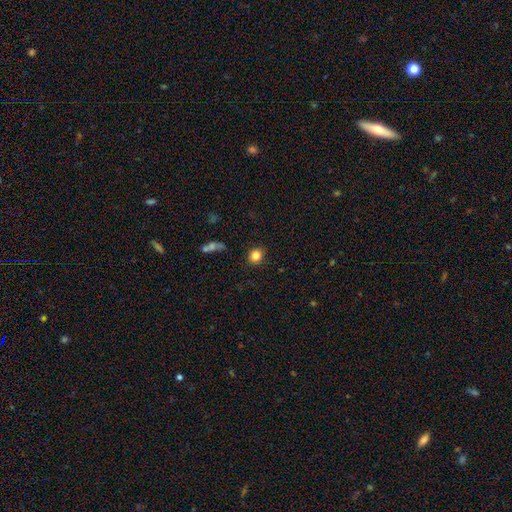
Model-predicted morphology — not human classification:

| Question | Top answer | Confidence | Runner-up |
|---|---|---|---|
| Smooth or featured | smooth | 83% | star or artifact (11%) |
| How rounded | round | 83% | in between (16%) |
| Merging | none | 89% | minor disturbance (8%) |